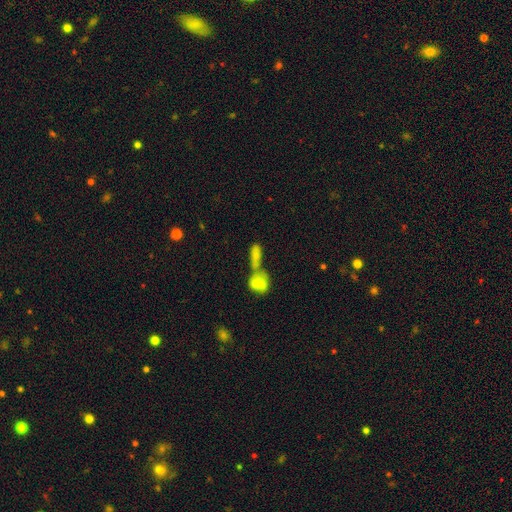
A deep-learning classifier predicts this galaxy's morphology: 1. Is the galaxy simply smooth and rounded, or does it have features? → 73% smooth, 16% featured or disk, 11% star or artifact.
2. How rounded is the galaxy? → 69% in between, 20% cigar-shaped, 11% round.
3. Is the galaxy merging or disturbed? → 68% merger, 19% none, 7% minor disturbance, 6% major disturbance.